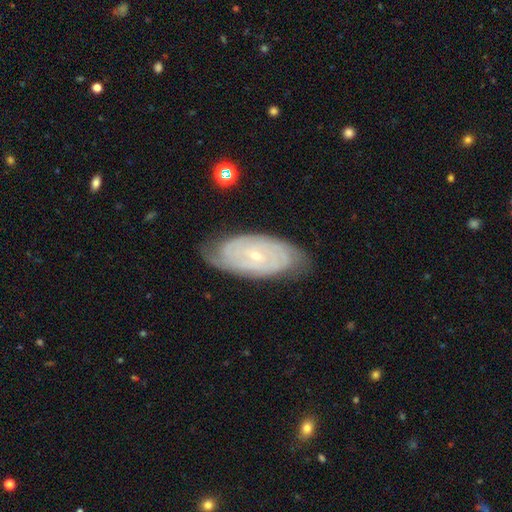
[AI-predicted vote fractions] Overall: featured or disk (82%). Edge-on disk: no (93%). Bar: no (65%; weak 28%). Spiral arms: yes (94%). Spiral arm count: 2 (37%; can't tell 34%). Spiral winding: tight (76%). Bulge size: small (81%). Merging: none (76%).